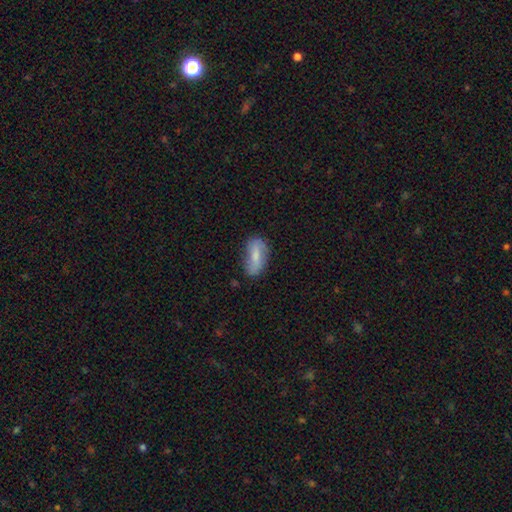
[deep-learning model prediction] The model was most divided on "smooth or featured": smooth: 60%, featured or disk: 33%, star or artifact: 7%. More confident: how rounded — in between (85%); merging — none (64%).